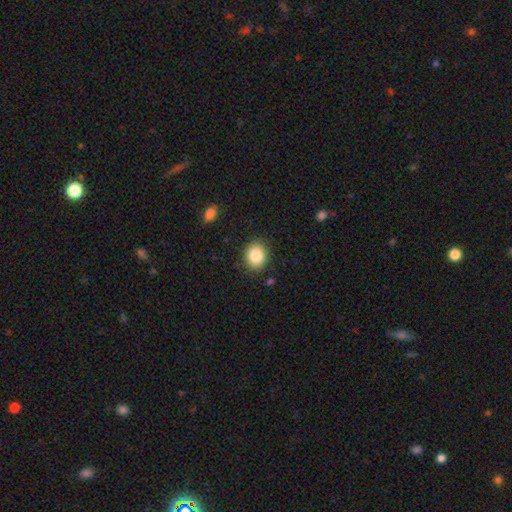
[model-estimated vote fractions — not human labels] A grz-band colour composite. It shows a smooth galaxy with no disk features (85%) that is round (63%). Merging: none (88%).